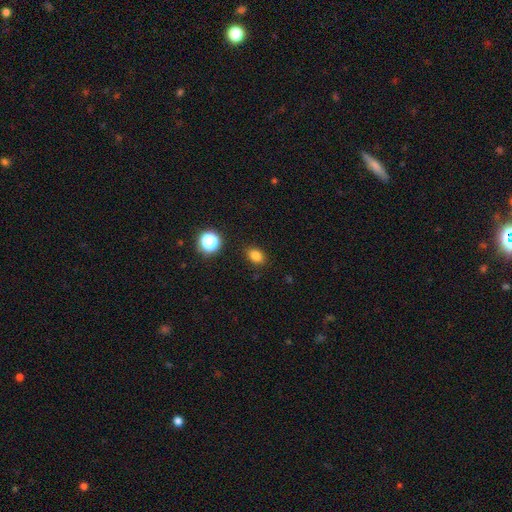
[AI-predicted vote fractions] smooth-or-featured: smooth: 81% | star or artifact: 14% | featured or disk: 5%
  how-rounded: in between: 71% | round: 28% | cigar-shaped: 1%
  merging: none: 86% | minor disturbance: 9% | major disturbance: 3% | merger: 2%